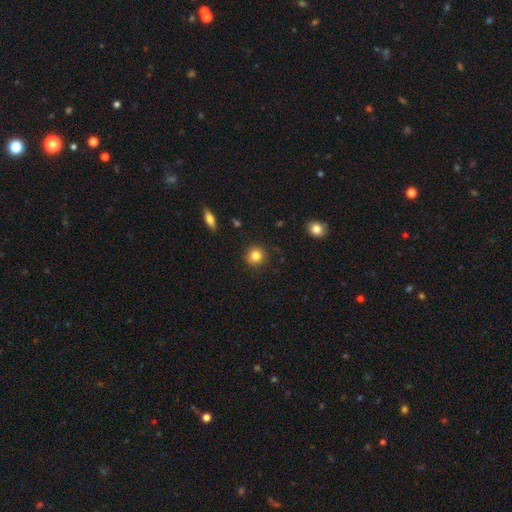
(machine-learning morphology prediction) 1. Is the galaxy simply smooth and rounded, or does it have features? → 83% smooth, 10% star or artifact, 7% featured or disk.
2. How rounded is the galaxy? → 91% round, 8% in between, 1% cigar-shaped.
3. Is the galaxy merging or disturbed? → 90% none, 7% minor disturbance, 2% major disturbance, 1% merger.